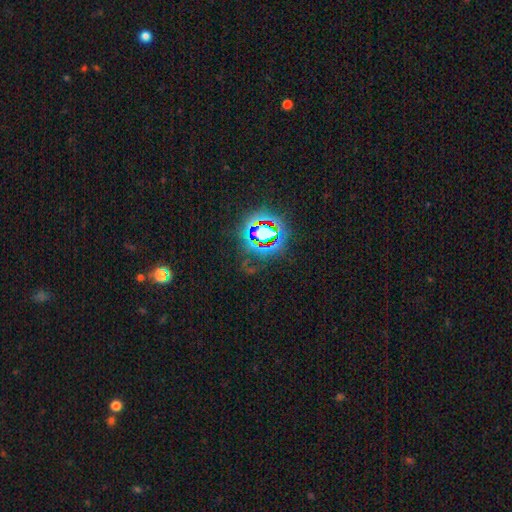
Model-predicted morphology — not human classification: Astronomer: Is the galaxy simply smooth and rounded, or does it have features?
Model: star or artifact — 80%.